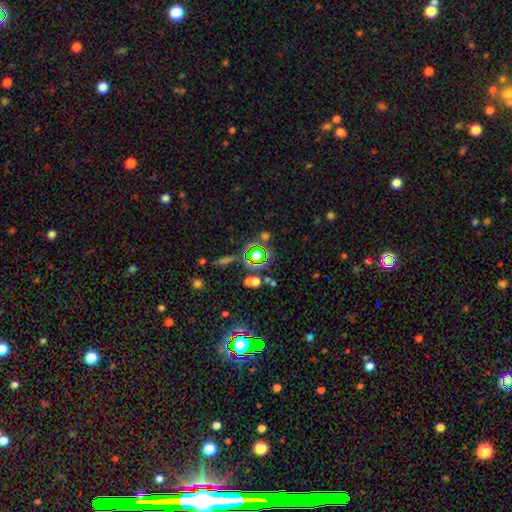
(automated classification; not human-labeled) This is possibly a star or artifact rather than a galaxy (57%).